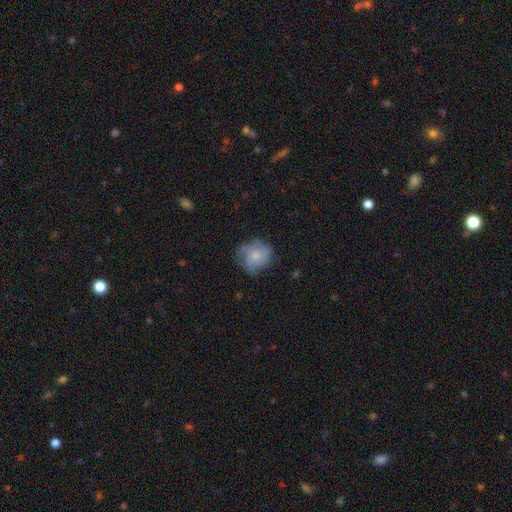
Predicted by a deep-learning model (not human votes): This appears to be a smooth galaxy with no disk features (52%) that is round (77%). Merging: none (63%).